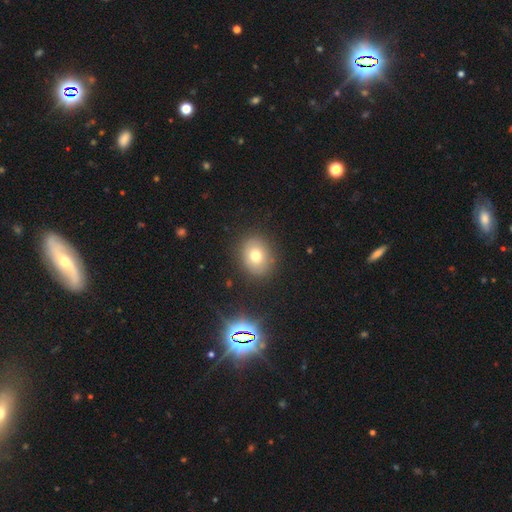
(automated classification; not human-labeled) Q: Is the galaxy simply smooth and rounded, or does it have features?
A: smooth — 71%.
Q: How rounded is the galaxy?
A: round — 57%.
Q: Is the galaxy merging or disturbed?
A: none — 85%.